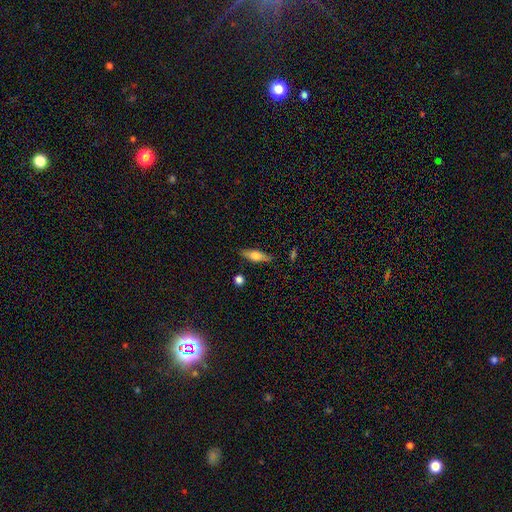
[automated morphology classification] Smooth or featured? Predicted: smooth (p=0.53). How rounded? Predicted: in between (p=0.49). Merging? Predicted: none (p=0.83).